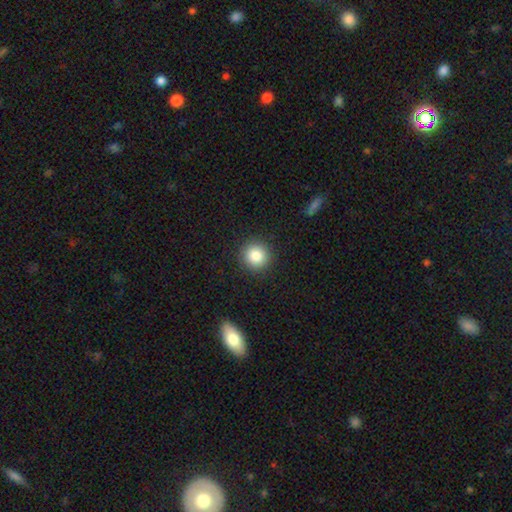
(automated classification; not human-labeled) Overall: smooth (84%). How rounded: round (93%). Merging: none (91%).